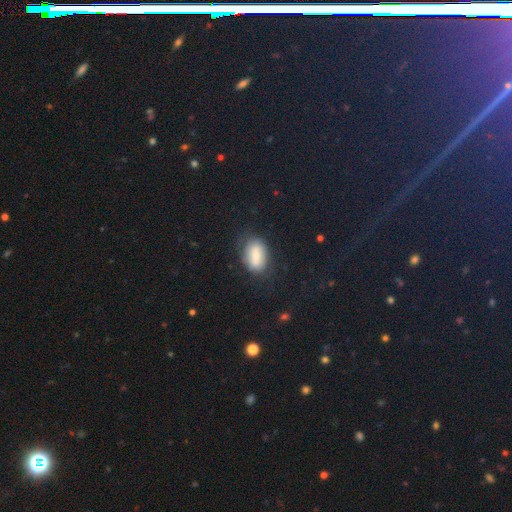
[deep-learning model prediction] A smooth galaxy with no disk features (66%) that is in between round and cigar-shaped (86%).

Vote fractions:
- Smooth or featured? smooth: 66% / featured or disk: 24% / star or artifact: 9%
- How rounded? in between: 86% / round: 12% / cigar-shaped: 2%
- Merging? none: 69% / minor disturbance: 19% / major disturbance: 9% / merger: 3%